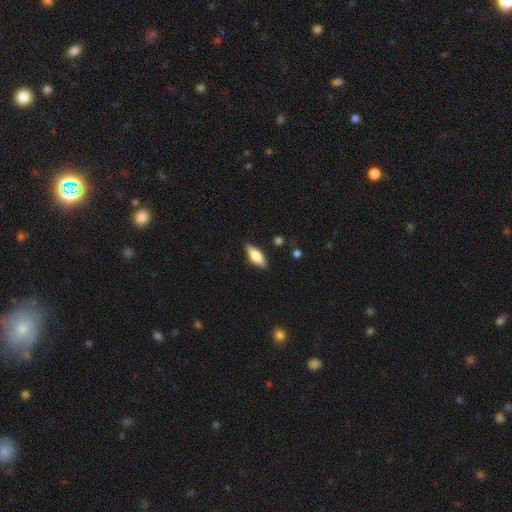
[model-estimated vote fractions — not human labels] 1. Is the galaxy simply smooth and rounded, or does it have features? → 60% smooth, 33% featured or disk, 7% star or artifact.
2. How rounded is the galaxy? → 61% in between, 37% cigar-shaped, 3% round.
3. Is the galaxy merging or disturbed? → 85% none, 11% minor disturbance, 2% major disturbance, 1% merger.